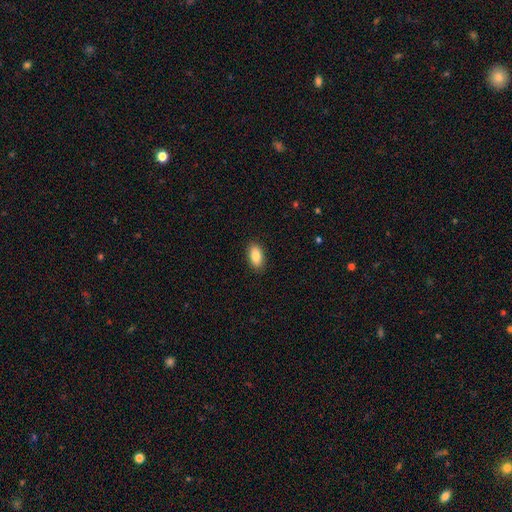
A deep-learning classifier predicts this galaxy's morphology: smooth-or-featured: smooth: 86% | featured or disk: 7% | star or artifact: 7%
  how-rounded: in between: 92% | cigar-shaped: 4% | round: 4%
  merging: none: 89% | minor disturbance: 8% | major disturbance: 2% | merger: 1%